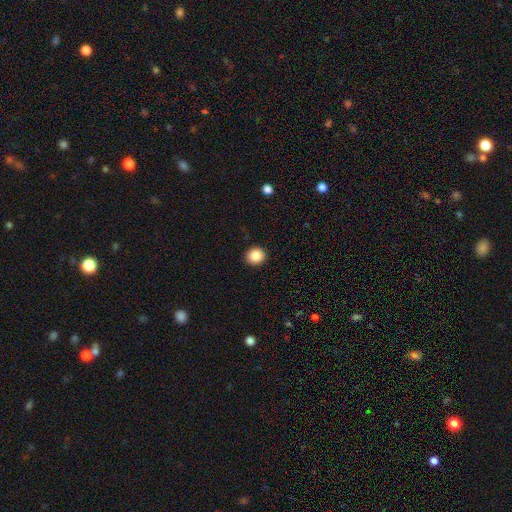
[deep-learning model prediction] This appears to be a smooth galaxy with no disk features (87%) that is round (84%). Merging: none (91%).